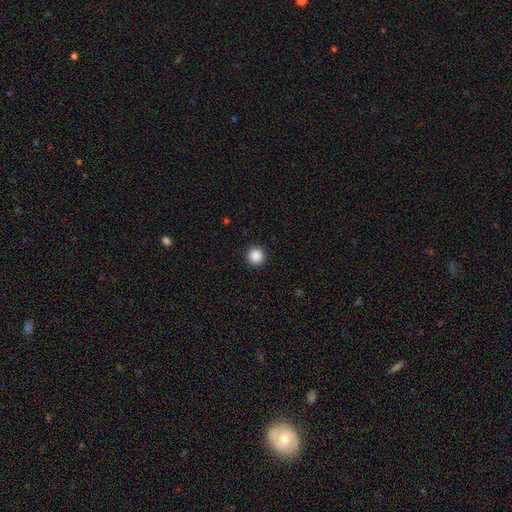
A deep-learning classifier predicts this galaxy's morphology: smooth_or_featured: smooth (p=0.88) [alt: star or artifact p=0.10]
how_rounded: round (p=0.95) [alt: in between p=0.04]
merging: none (p=0.93) [alt: minor disturbance p=0.05]